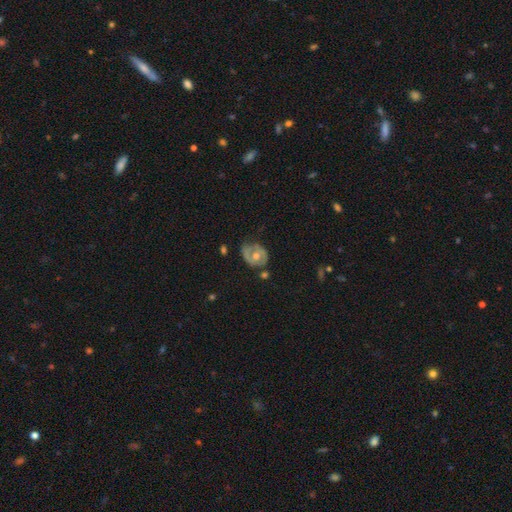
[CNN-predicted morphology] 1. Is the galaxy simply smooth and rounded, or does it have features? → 59% featured or disk, 34% smooth, 6% star or artifact.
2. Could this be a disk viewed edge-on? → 96% no, 4% yes.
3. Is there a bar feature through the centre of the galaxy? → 74% no, 20% weak, 5% strong.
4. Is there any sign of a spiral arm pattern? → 50% yes (tied), 50% no (tied).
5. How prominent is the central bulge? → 76% moderate, 15% small, 6% large, 1% none, 1% dominant.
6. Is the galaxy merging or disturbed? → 58% none, 27% minor disturbance, 10% major disturbance, 5% merger.